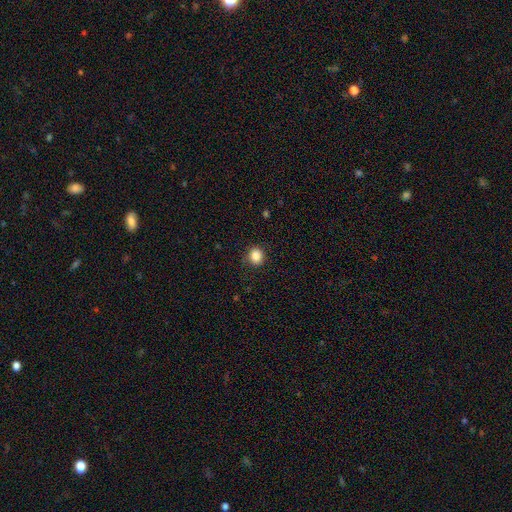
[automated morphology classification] type=smooth (86%); roundness=round (70%); merging=none (84%).